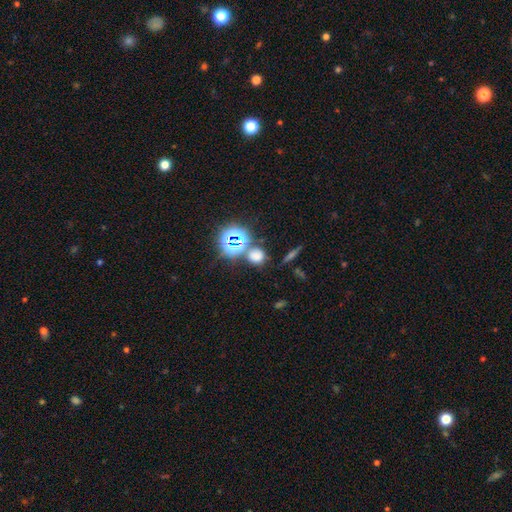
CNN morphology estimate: Smooth or featured? smooth (58%)
How rounded? round (78%)
Merging? none (70%)